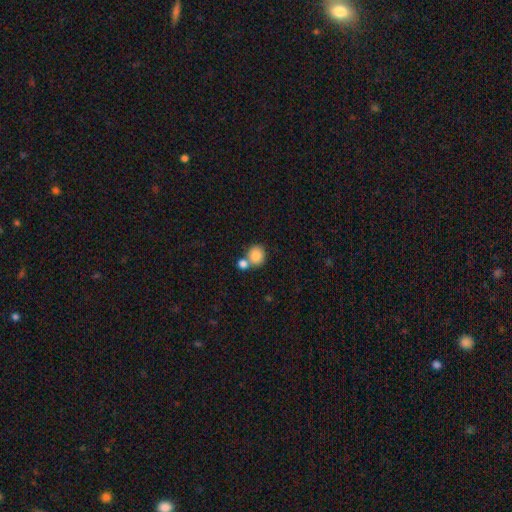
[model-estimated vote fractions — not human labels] Smooth or featured: smooth — 84% (star or artifact — 9%)
How rounded: round — 82% (in between — 17%)
Merging: none — 52% (merger — 36%)